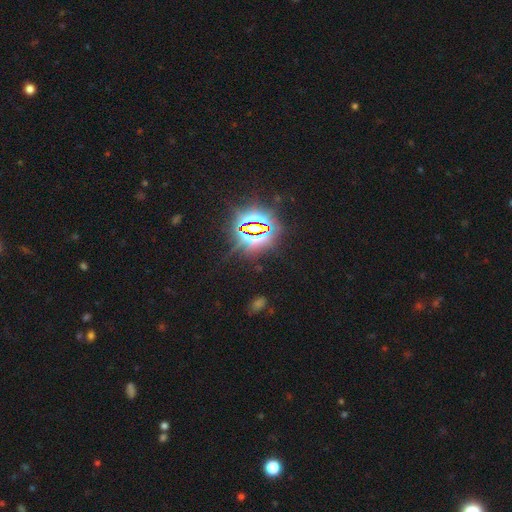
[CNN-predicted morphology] This is clearly a star or artifact rather than a galaxy (83%).